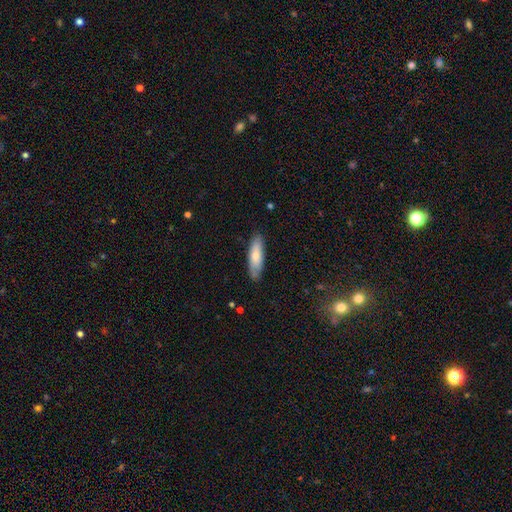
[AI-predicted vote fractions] smooth 74%, featured or disk 21%, star or artifact 5%. Down the decision tree: how rounded — cigar-shaped (56%); merging — none (82%).